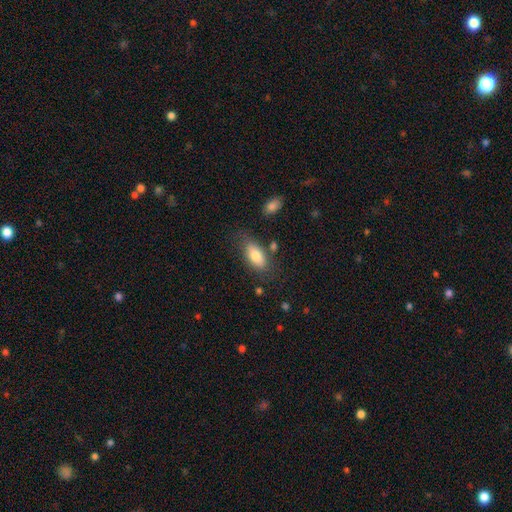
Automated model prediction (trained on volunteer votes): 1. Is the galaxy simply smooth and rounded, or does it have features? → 79% smooth, 14% featured or disk, 7% star or artifact.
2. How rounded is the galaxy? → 88% in between, 9% cigar-shaped, 3% round.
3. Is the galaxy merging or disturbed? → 71% none, 18% minor disturbance, 6% major disturbance, 6% merger.